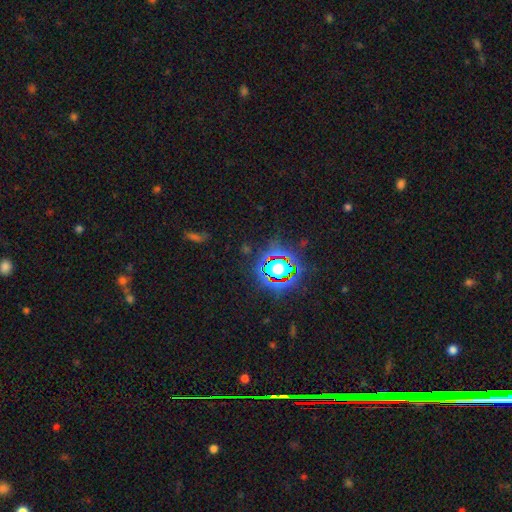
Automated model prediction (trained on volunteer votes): The model was most divided on "smooth or featured": star or artifact: 81%, smooth: 11%, featured or disk: 8%.